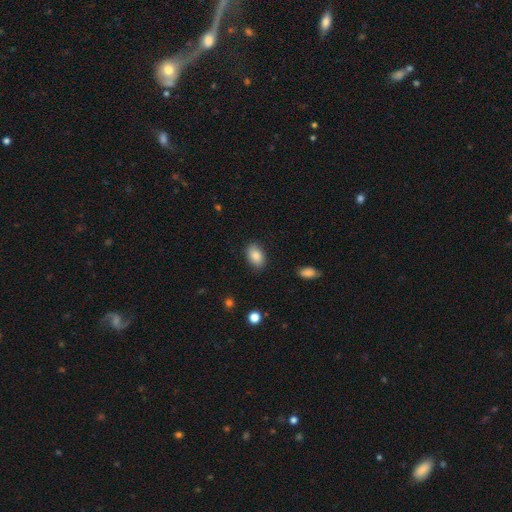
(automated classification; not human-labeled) Smooth or featured: smooth — 87% (star or artifact — 7%)
How rounded: in between — 88% (round — 11%)
Merging: none — 84% (minor disturbance — 11%)